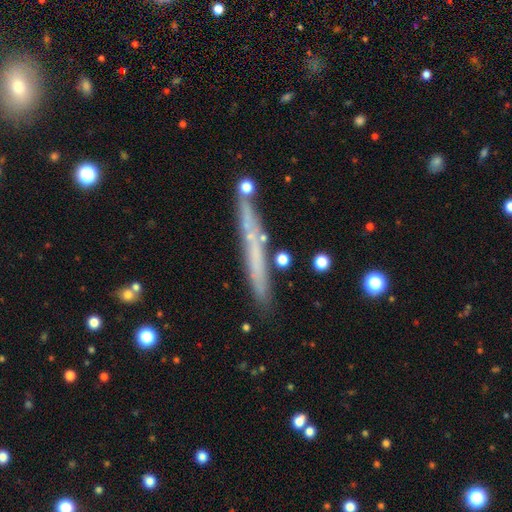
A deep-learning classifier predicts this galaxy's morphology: Overall: featured or disk (48%; smooth 44%). Merging: none (83%).